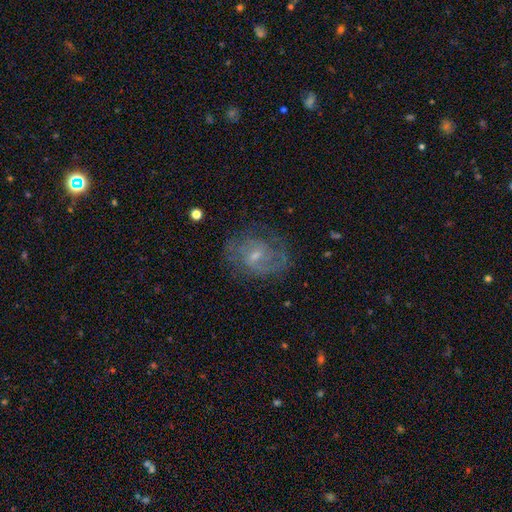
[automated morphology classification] Smooth or featured? Predicted: featured or disk (p=0.74). Edge-on disk? Predicted: no (p=0.97). Bar? Predicted: weak (p=0.52). Spiral arms? Predicted: yes (p=0.85). Spiral winding? Predicted: medium (p=0.45). Spiral arm count? Predicted: 2 (p=0.48). Bulge size? Predicted: small (p=0.64). Merging? Predicted: none (p=0.65).